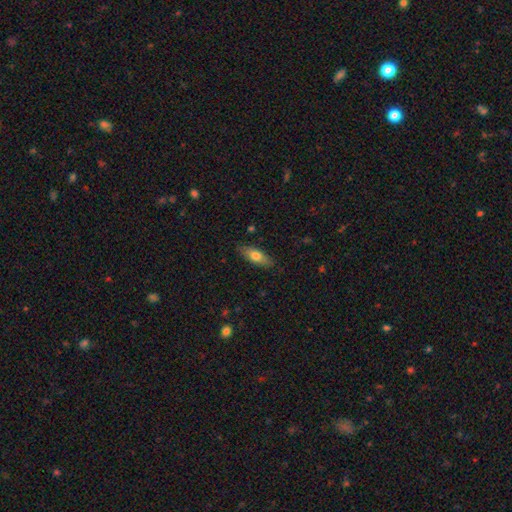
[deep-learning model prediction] smooth-or-featured: smooth: 71% | featured or disk: 23% | star or artifact: 6%
  how-rounded: in between: 67% | cigar-shaped: 30% | round: 3%
  merging: none: 85% | minor disturbance: 11% | major disturbance: 2% | merger: 1%